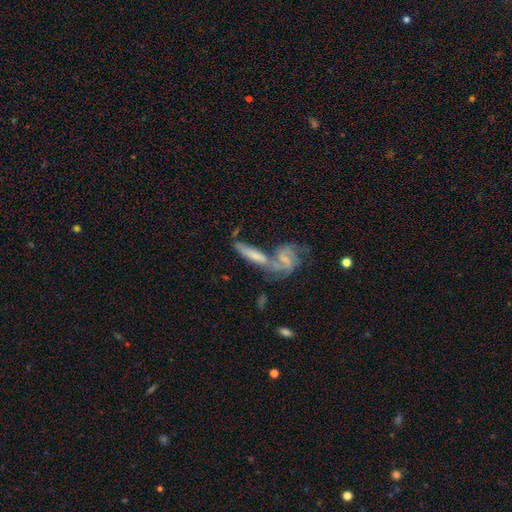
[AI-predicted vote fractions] Smooth or featured: featured or disk — 65% (smooth — 25%)
Edge-on disk: no — 74% (yes — 26%)
Merging: merger — 49% (none — 33%)